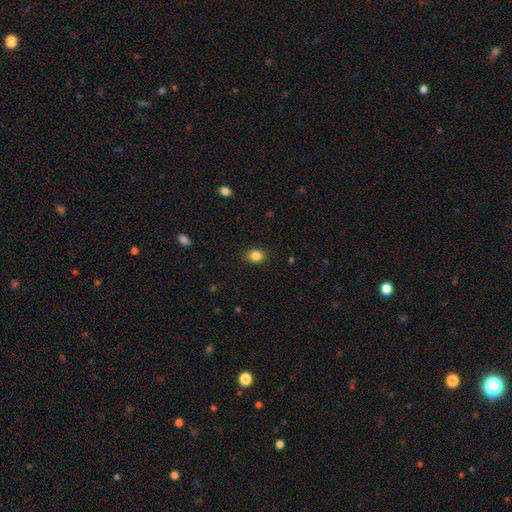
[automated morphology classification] Q: Smooth or featured?
A: smooth (85%); runner-up: star or artifact (11%)
Q: How rounded?
A: round (55%); runner-up: in between (44%)
Q: Merging?
A: none (89%); runner-up: minor disturbance (8%)